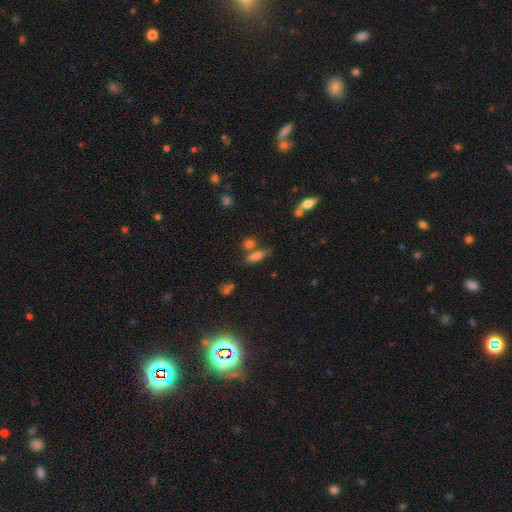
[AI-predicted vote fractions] A smooth galaxy with no disk features (72%) that is in between round and cigar-shaped (61%). Merging: none (56%).